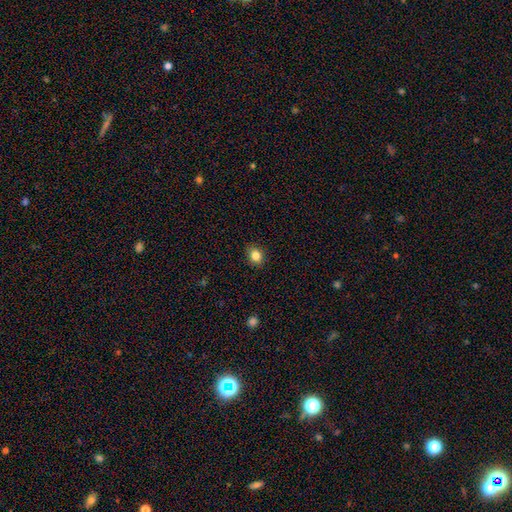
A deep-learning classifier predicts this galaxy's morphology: A smooth galaxy with no disk features (84%) that is round (61%).

Vote fractions:
- Smooth or featured? smooth: 84% / star or artifact: 11% / featured or disk: 5%
- How rounded? round: 61% / in between: 38% / cigar-shaped: 1%
- Merging? none: 89% / minor disturbance: 8% / major disturbance: 2% / merger: 1%